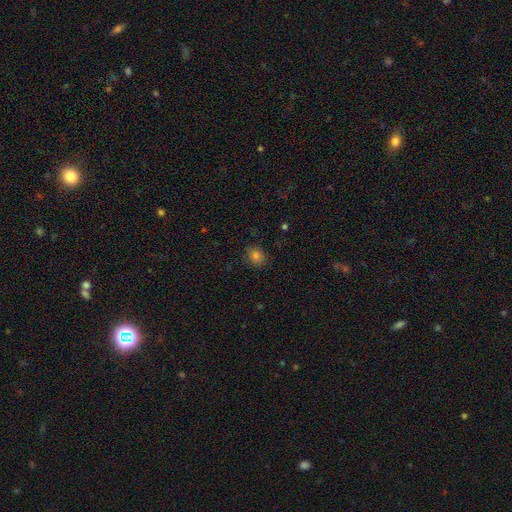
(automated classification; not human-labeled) smooth_or_featured: smooth (p=0.80) [alt: star or artifact p=0.14]
how_rounded: round (p=0.64) [alt: in between p=0.35]
merging: none (p=0.84) [alt: minor disturbance p=0.12]